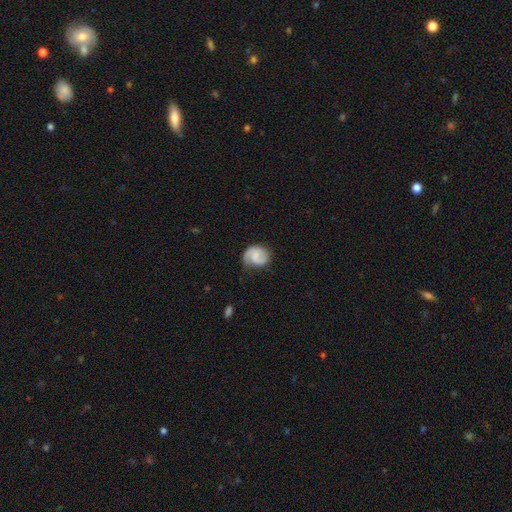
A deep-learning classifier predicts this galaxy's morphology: Smooth or featured? Predicted: featured or disk (p=0.65). Edge-on disk? Predicted: no (p=0.98). Bar? Predicted: weak (p=0.48). Spiral arms? Predicted: yes (p=0.95). Spiral winding? Predicted: medium (p=0.46). Spiral arm count? Predicted: 2 (p=0.77). Bulge size? Predicted: none (p=0.38). Merging? Predicted: none (p=0.68).